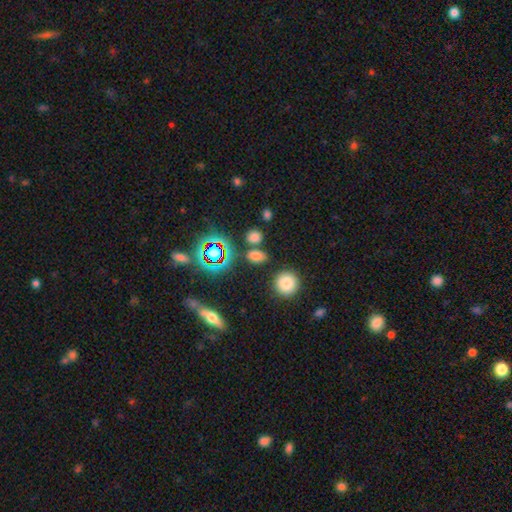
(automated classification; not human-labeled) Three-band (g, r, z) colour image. It shows a smooth galaxy with no disk features (71%) that is in between round and cigar-shaped (67%). Merging: none (79%).